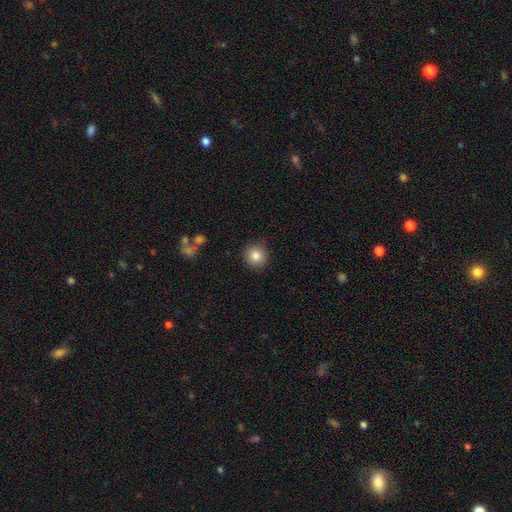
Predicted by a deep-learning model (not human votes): The model was most divided on "smooth or featured": smooth: 83%, star or artifact: 10%, featured or disk: 7%. More confident: how rounded — round (92%); merging — none (87%).